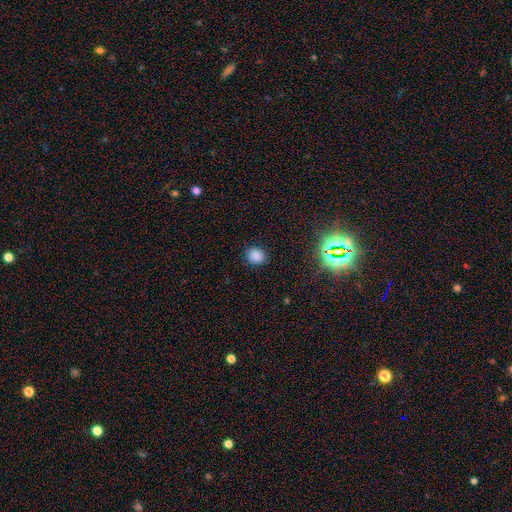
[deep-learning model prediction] A smooth galaxy with no disk features (82%) that is round (75%).

Vote fractions:
- Smooth or featured? smooth: 82% / star or artifact: 15% / featured or disk: 4%
- How rounded? round: 75% / in between: 24% / cigar-shaped: 1%
- Merging? none: 86% / minor disturbance: 10% / major disturbance: 3% / merger: 1%